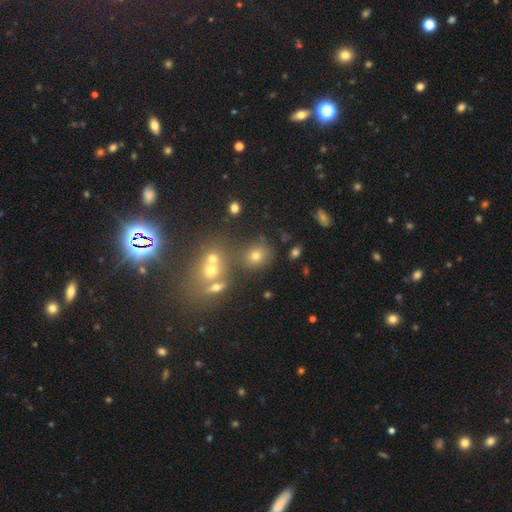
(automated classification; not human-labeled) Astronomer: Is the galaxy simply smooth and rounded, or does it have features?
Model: smooth — 66%.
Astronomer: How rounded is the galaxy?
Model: round — 72%.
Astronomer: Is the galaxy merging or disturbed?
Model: none — 67%.